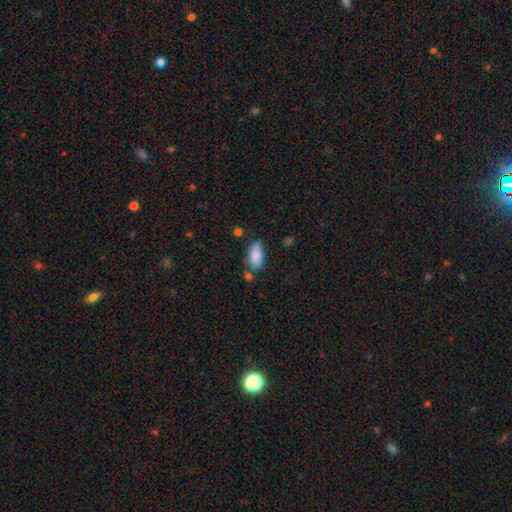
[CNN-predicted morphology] smooth 87%, star or artifact 7%, featured or disk 6%. Down the decision tree: how rounded — in between (92%); merging — none (66%).